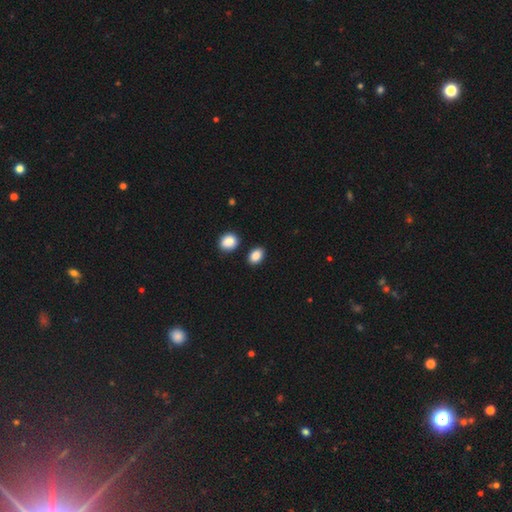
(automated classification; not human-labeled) Overall: smooth (88%). How rounded: in between (78%). Merging: none (83%).